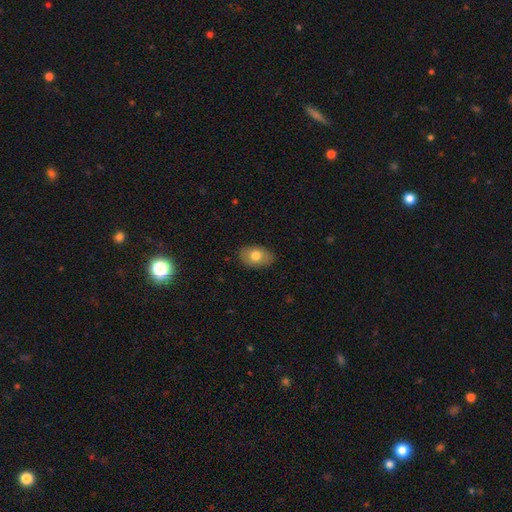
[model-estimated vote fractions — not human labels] The model was most divided on "smooth or featured": smooth: 74%, featured or disk: 19%, star or artifact: 7%. More confident: how rounded — in between (87%); merging — none (84%).